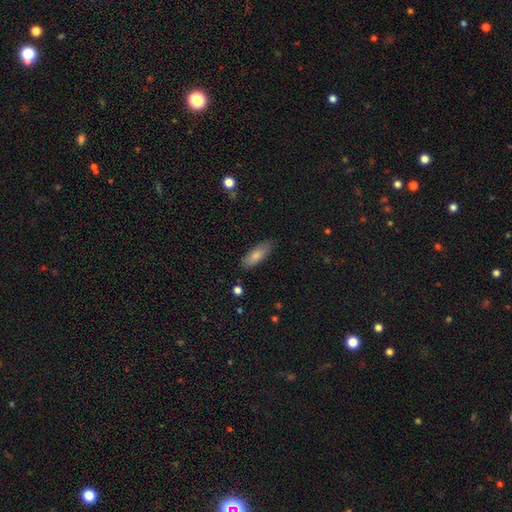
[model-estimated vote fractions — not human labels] A smooth galaxy with no disk features (79%) that is in between round and cigar-shaped (61%). Merging: none (85%).